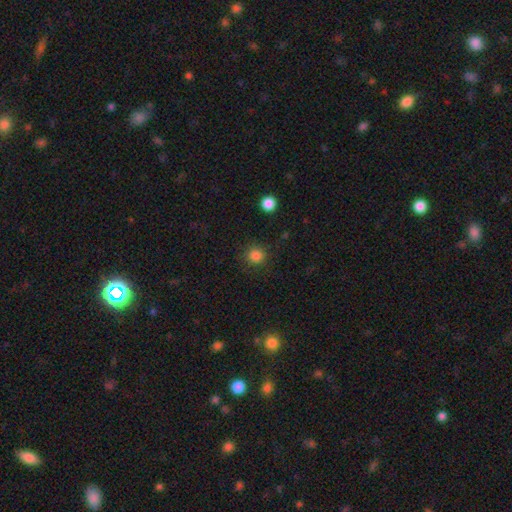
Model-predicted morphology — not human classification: Overall: smooth (85%). How rounded: round (93%). Merging: none (88%).